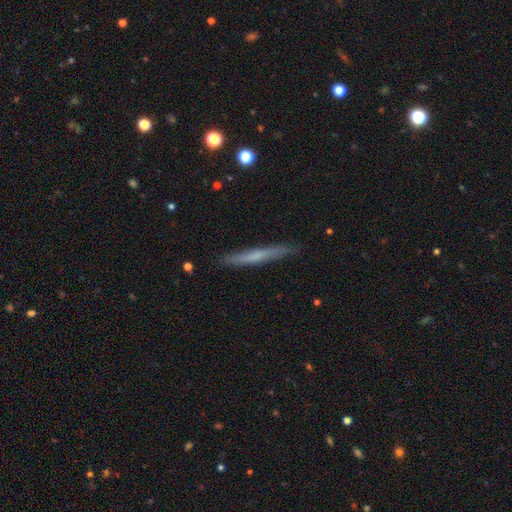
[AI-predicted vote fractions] smooth-or-featured: smooth: 56% | featured or disk: 38% | star or artifact: 6%
  how-rounded: cigar-shaped: 96% | in between: 2% | round: 1%
  merging: none: 89% | minor disturbance: 8% | major disturbance: 2% | merger: 1%